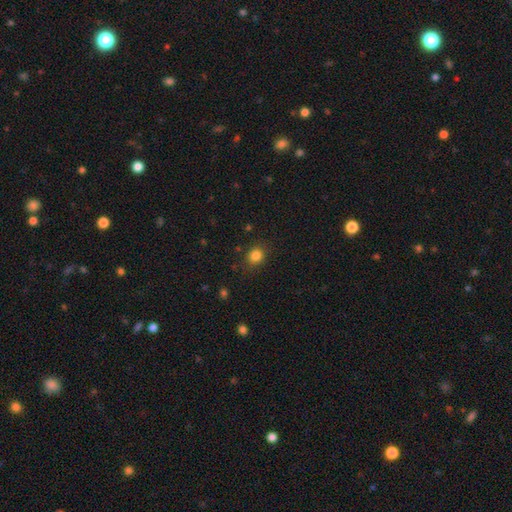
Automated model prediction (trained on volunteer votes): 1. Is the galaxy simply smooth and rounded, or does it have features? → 83% smooth, 12% star or artifact, 5% featured or disk.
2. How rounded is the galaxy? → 73% round, 26% in between, 1% cigar-shaped.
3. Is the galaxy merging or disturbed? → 84% none, 11% minor disturbance, 3% major disturbance, 2% merger.